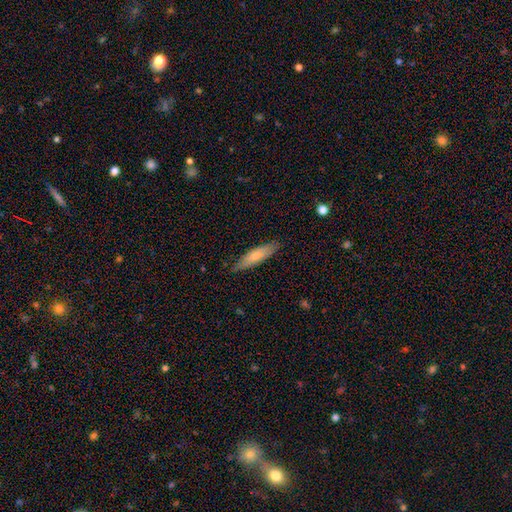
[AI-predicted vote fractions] A smooth galaxy with no disk features (65%) that is cigar-shaped (65%). Merging: none (83%).